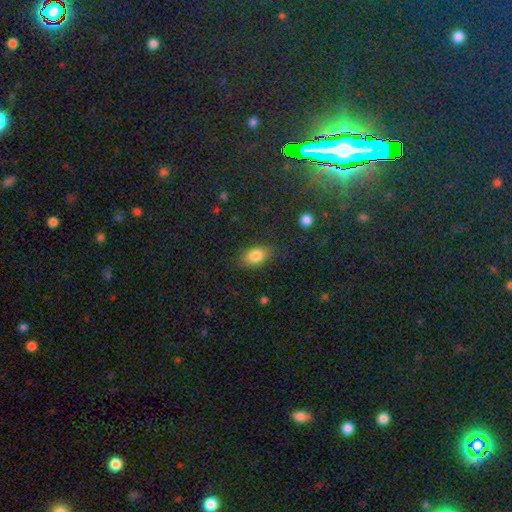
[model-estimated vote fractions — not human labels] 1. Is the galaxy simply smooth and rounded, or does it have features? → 82% smooth, 9% star or artifact, 9% featured or disk.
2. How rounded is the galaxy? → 86% in between, 11% round, 3% cigar-shaped.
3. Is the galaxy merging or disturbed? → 80% none, 14% minor disturbance, 4% major disturbance, 1% merger.